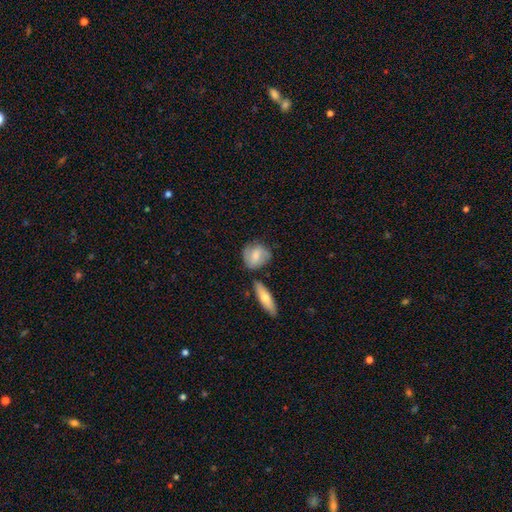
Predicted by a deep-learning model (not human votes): This appears to be a smooth galaxy with no disk features (52%) that is round (56%). Merging: none (65%).